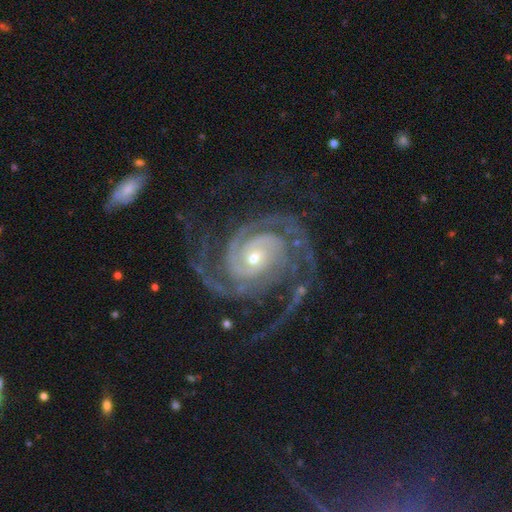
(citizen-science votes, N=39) smooth-or-featured: featured or disk: 92% | smooth: 5% | star or artifact: 3%
  disk-edge-on: no: 100% | yes: 0%
    bar: no: 72% | weak: 22% | strong: 6%
    has-spiral-arms: yes: 100% | no: 0%
      spiral-winding: tight: 47% (tied) | medium: 47% (tied) | loose: 6%
      spiral-arm-count: 2: 92% | 3: 3% | 4: 3% | can't tell: 3% | 1: 0% | more than 4: 0%
    bulge-size: small: 81% | moderate: 19% | dominant: 0% | large: 0% | none: 0%
  merging: none: 58% | minor disturbance: 21% | major disturbance: 18% | merger: 3%